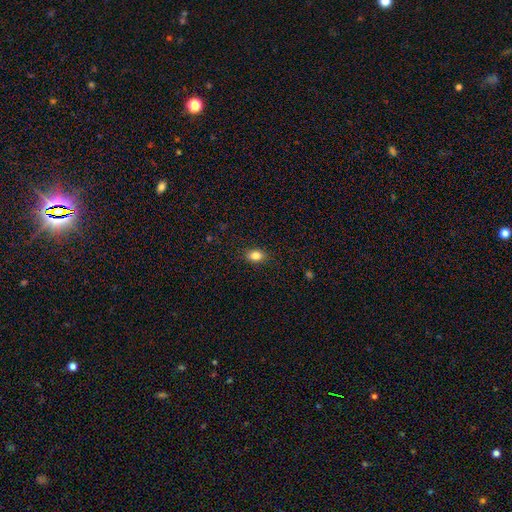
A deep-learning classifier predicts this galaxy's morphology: Smooth or featured? smooth (84%)
How rounded? in between (74%)
Merging? none (88%)